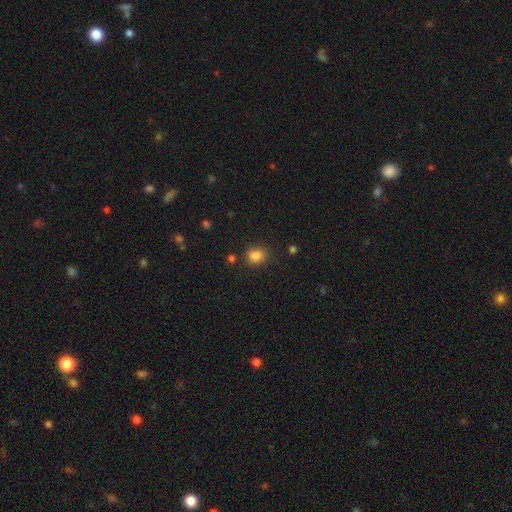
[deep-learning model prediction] This appears to be a smooth galaxy with no disk features (84%) that is round (55%). Merging: none (74%).